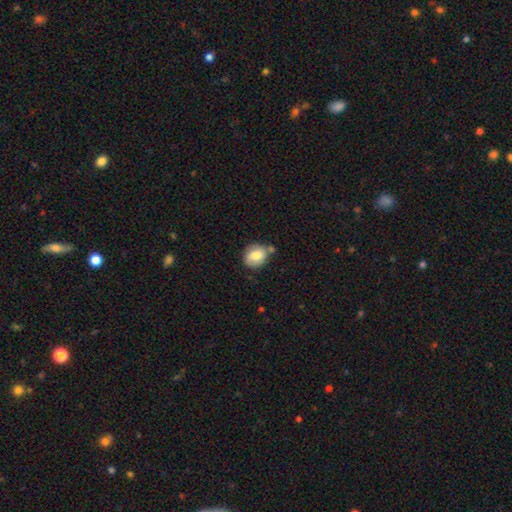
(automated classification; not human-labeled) Overall: smooth (76%). How rounded: round (66%; in between 33%). Merging: none (59%; minor disturbance 22%).